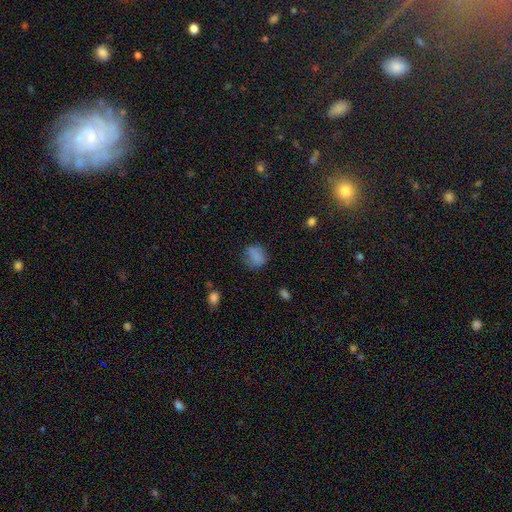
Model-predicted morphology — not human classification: Smooth or featured? Predicted: smooth (p=0.78). How rounded? Predicted: round (p=0.66). Merging? Predicted: none (p=0.66).